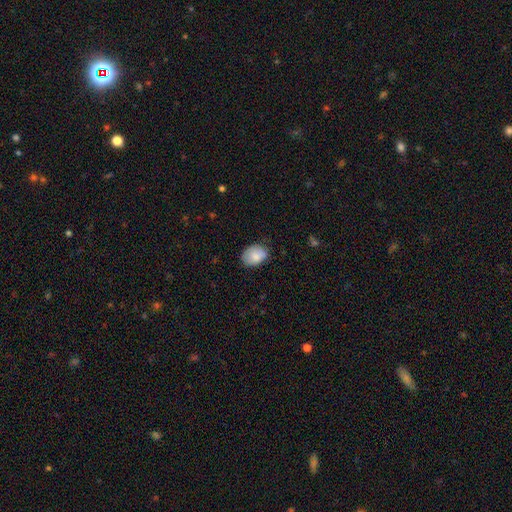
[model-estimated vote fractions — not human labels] Smooth or featured? Predicted: smooth (p=0.83). How rounded? Predicted: in between (p=0.75). Merging? Predicted: none (p=0.67).